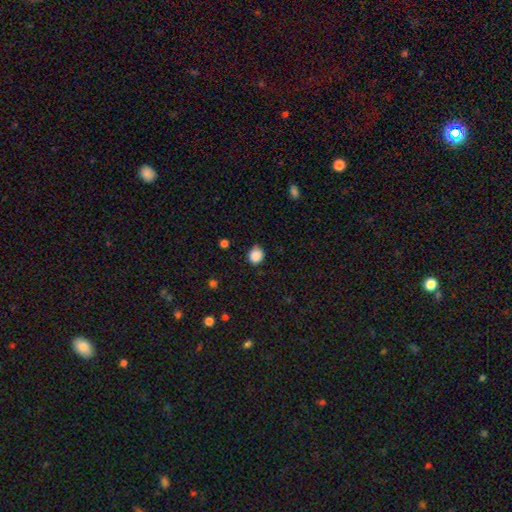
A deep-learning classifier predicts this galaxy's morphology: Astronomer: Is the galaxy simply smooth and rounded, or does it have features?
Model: smooth — 88%.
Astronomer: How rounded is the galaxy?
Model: round — 81%.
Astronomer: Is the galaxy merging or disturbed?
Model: none — 83%.